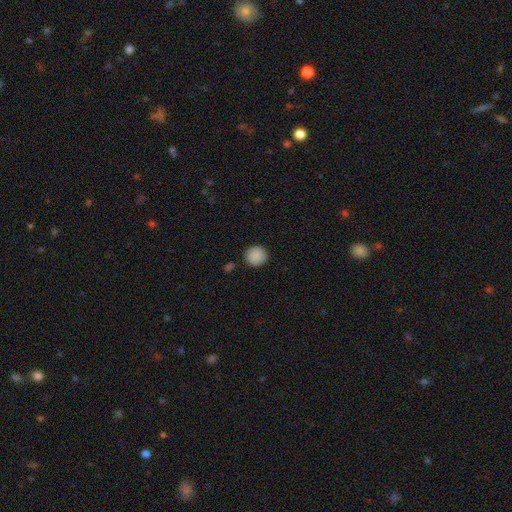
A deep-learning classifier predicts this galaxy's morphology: A smooth galaxy with no disk features (89%) that is round (92%).

Vote fractions:
- Smooth or featured? smooth: 89% / star or artifact: 8% / featured or disk: 3%
- How rounded? round: 92% / in between: 7% / cigar-shaped: 1%
- Merging? none: 88% / minor disturbance: 8% / merger: 2% / major disturbance: 2%